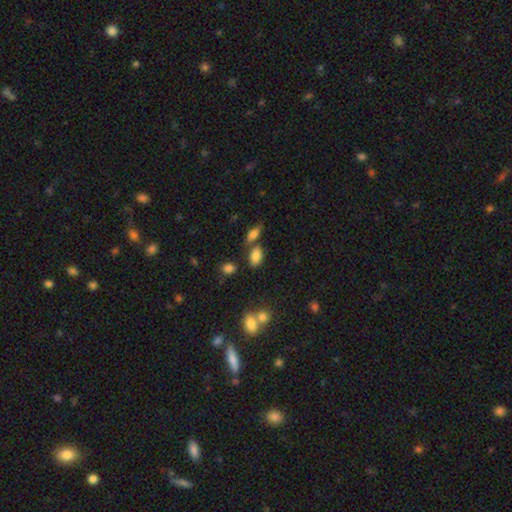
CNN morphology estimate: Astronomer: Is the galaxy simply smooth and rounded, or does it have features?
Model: smooth — 81%.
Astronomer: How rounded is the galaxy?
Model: in between — 88%.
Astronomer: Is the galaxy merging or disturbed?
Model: none — 62%.